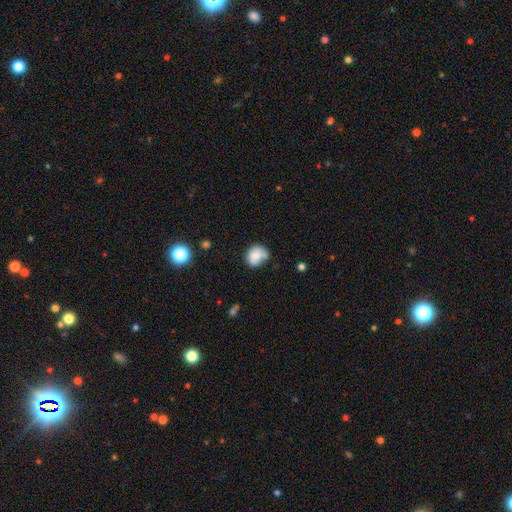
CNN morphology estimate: This is likely a smooth galaxy (74%). How rounded: likely round (63%). Merging: possibly none (48%).